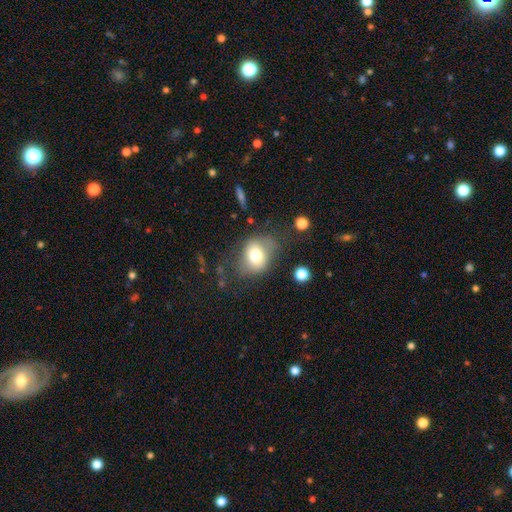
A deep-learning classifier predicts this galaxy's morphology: This appears to be a smooth galaxy with no disk features (70%) that is in between round and cigar-shaped (51%). Merging: none (55%).